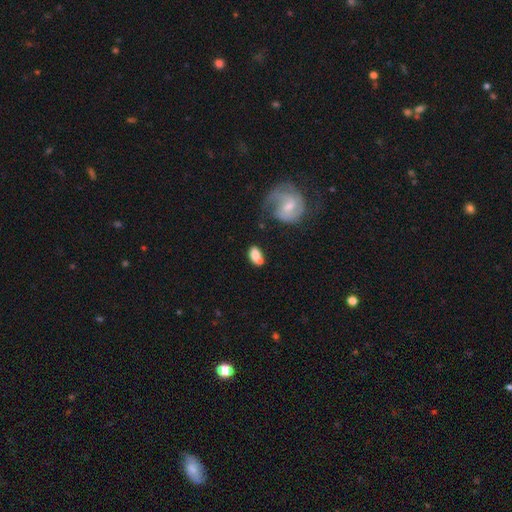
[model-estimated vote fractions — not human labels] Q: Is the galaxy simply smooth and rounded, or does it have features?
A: smooth — 75%.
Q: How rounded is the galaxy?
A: in between — 88%.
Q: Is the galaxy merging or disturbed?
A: none — 48%.